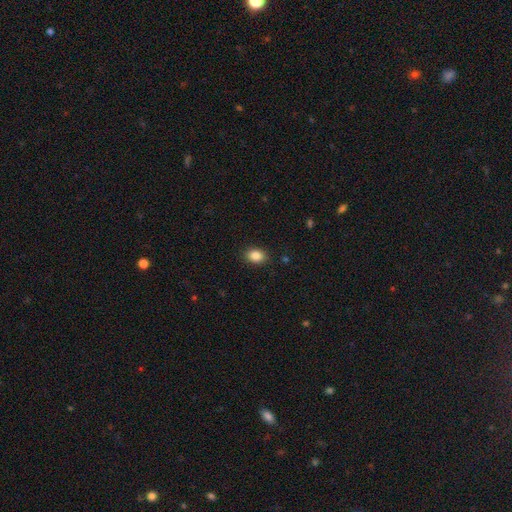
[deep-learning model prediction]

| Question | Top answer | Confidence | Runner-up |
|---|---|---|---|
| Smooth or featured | smooth | 86% | star or artifact (9%) |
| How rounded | in between | 67% | round (32%) |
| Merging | none | 89% | minor disturbance (8%) |